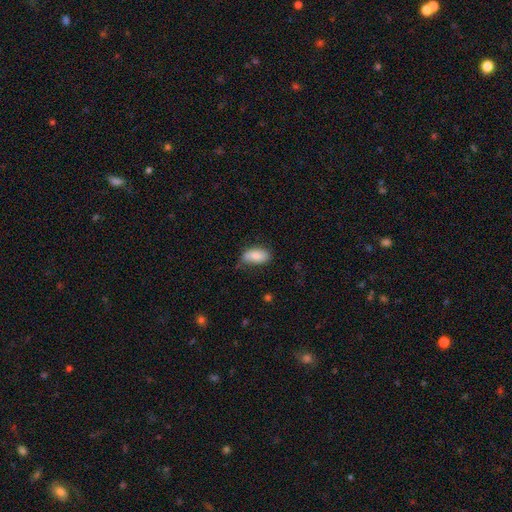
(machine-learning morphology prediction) smooth-or-featured: smooth: 82% | featured or disk: 11% | star or artifact: 7%
  how-rounded: in between: 93% | cigar-shaped: 4% | round: 4%
  merging: none: 59% | minor disturbance: 32% | major disturbance: 7% | merger: 3%